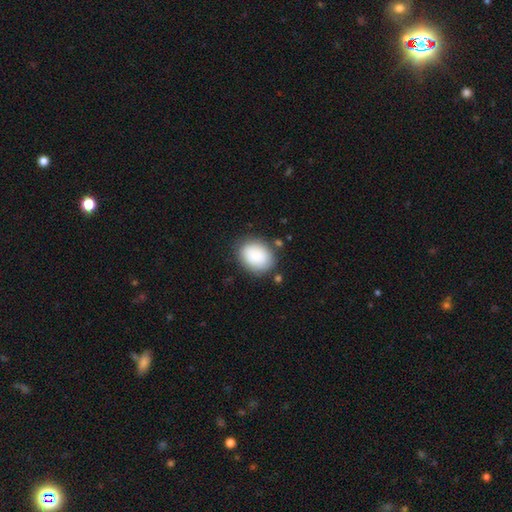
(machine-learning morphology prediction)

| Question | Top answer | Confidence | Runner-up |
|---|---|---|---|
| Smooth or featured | smooth | 88% | star or artifact (7%) |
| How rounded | in between | 59% | round (40%) |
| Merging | none | 80% | minor disturbance (13%) |